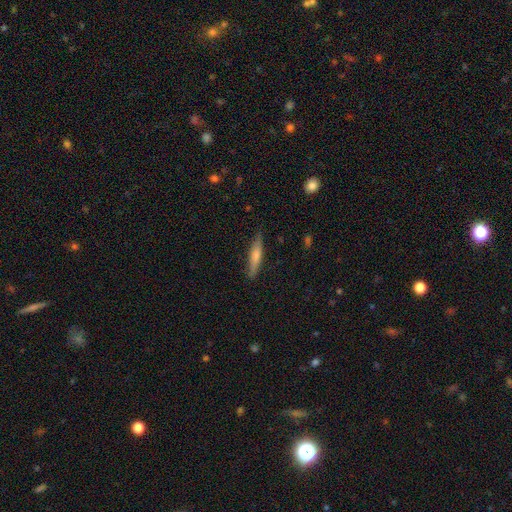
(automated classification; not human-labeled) Morphology: type=smooth (68%); roundness=cigar-shaped (86%); merging=none (85%).